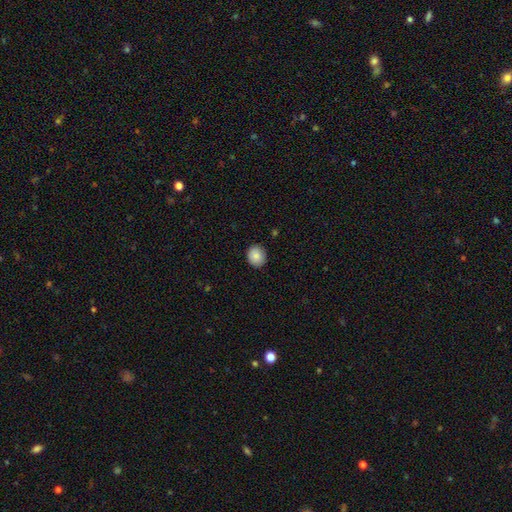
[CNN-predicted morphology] The model was most divided on "how rounded": round: 70%, in between: 29%, cigar-shaped: 1%. More confident: merging — none (89%); smooth or featured — smooth (87%).